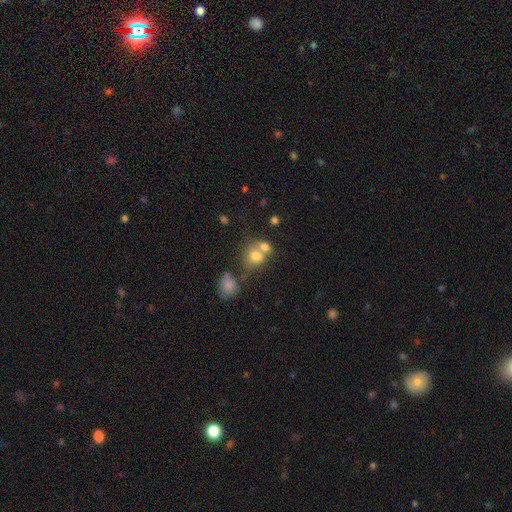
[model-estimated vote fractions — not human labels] Smooth or featured: smooth — 73% (featured or disk — 15%)
How rounded: round — 61% (in between — 38%)
Merging: merger — 52% (none — 33%)